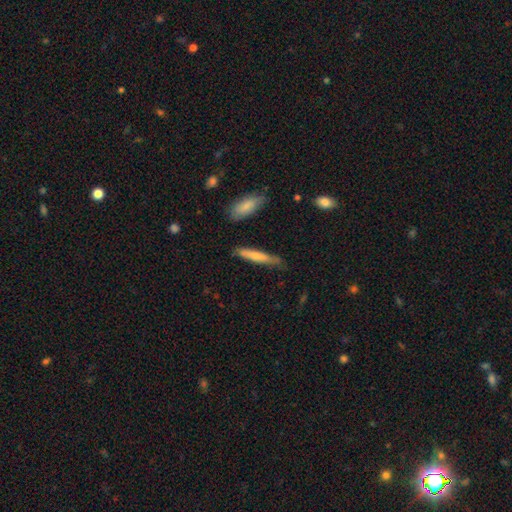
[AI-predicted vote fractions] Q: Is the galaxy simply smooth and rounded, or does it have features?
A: smooth — 67%.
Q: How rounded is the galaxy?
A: cigar-shaped — 91%.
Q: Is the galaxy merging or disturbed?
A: none — 76%.